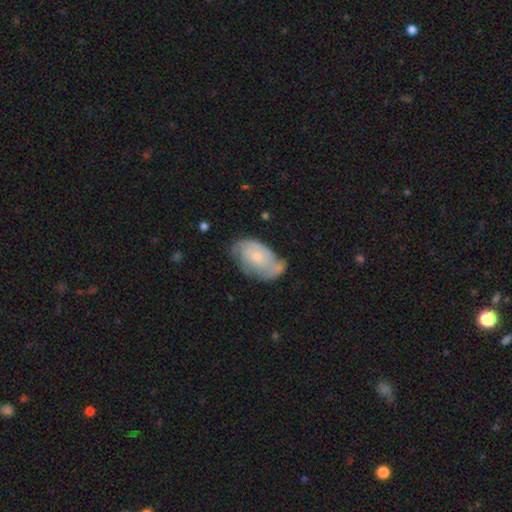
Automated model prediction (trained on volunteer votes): Smooth or featured: featured or disk — 65% (smooth — 29%)
Edge-on disk: no — 96% (yes — 4%)
Bar: no — 78% (weak — 19%)
Spiral arms: yes — 82% (no — 18%)
Spiral winding: tight — 52% (medium — 34%)
Spiral arm count: 2 — 49% (can't tell — 31%)
Bulge size: small — 64% (moderate — 30%)
Merging: none — 49% (minor disturbance — 31%)